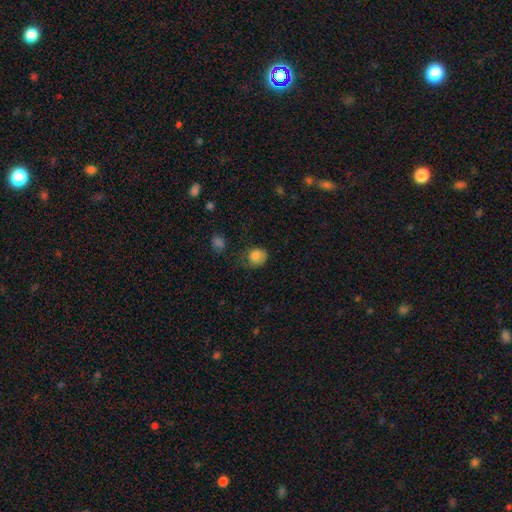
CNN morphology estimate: smooth_or_featured: smooth (p=0.81) [alt: star or artifact p=0.10]
how_rounded: round (p=0.56) [alt: in between p=0.43]
merging: none (p=0.50) [alt: minor disturbance p=0.32]